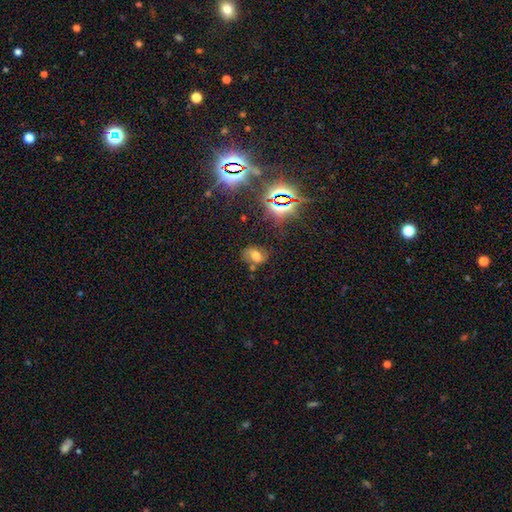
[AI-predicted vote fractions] Smooth or featured? smooth (43%)
Merging? none (56%)